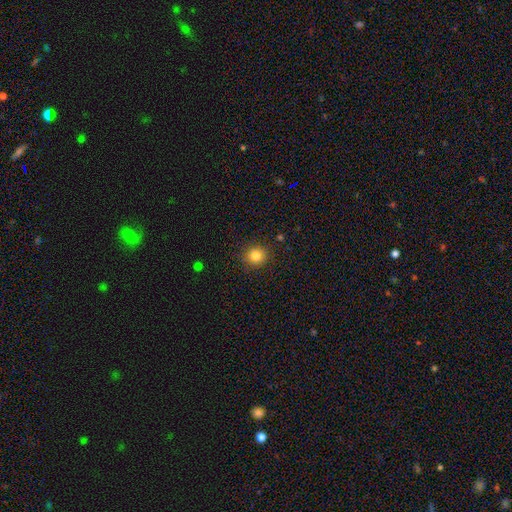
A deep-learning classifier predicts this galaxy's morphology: Smooth or featured? smooth (83%)
How rounded? round (89%)
Merging? none (89%)